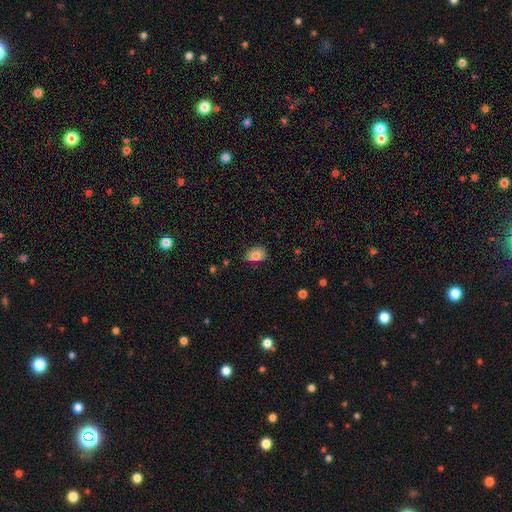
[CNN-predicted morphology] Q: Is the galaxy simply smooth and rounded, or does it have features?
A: smooth — 83%.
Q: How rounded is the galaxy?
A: in between — 76%.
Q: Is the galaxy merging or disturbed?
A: none — 74%.